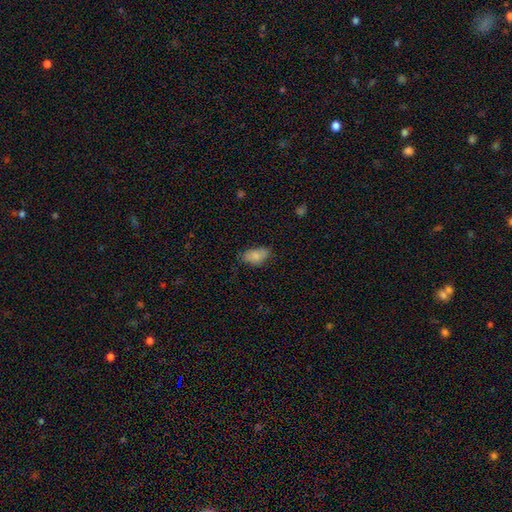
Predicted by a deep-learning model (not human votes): A smooth galaxy with no disk features (81%) that is in between round and cigar-shaped (92%).

Vote fractions:
- Smooth or featured? smooth: 81% / featured or disk: 11% / star or artifact: 8%
- How rounded? in between: 92% / round: 5% / cigar-shaped: 3%
- Merging? none: 61% / minor disturbance: 30% / major disturbance: 7% / merger: 2%